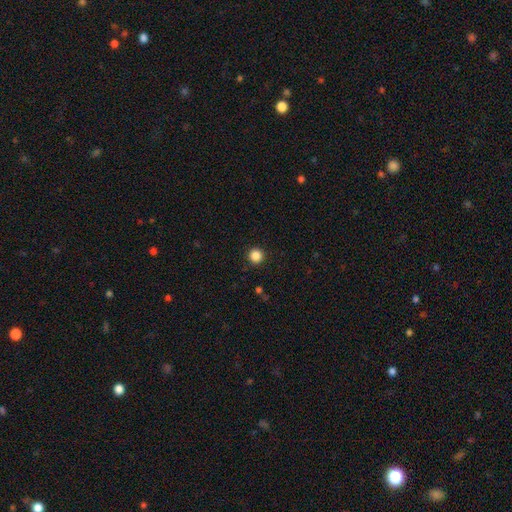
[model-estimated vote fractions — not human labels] Smooth or featured? Predicted: smooth (p=0.86). How rounded? Predicted: round (p=0.96). Merging? Predicted: none (p=0.93).